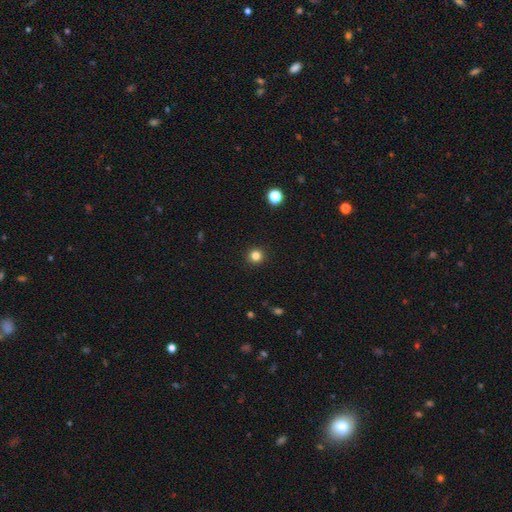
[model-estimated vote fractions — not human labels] Q: Smooth or featured?
A: smooth (83%); runner-up: star or artifact (13%)
Q: How rounded?
A: round (95%); runner-up: in between (5%)
Q: Merging?
A: none (93%); runner-up: minor disturbance (5%)